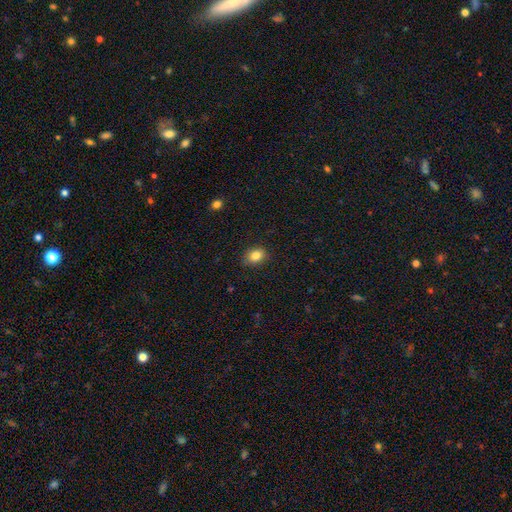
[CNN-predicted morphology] smooth 84%, star or artifact 10%, featured or disk 6%. Down the decision tree: how rounded — in between (59%); merging — none (85%).